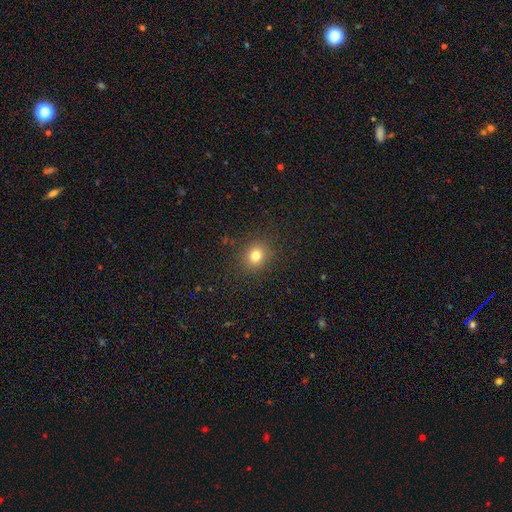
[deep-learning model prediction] A smooth galaxy with no disk features (78%) that is round (77%).

Vote fractions:
- Smooth or featured? smooth: 78% / star or artifact: 15% / featured or disk: 7%
- How rounded? round: 77% / in between: 22% / cigar-shaped: 1%
- Merging? none: 88% / minor disturbance: 8% / major disturbance: 3% / merger: 1%